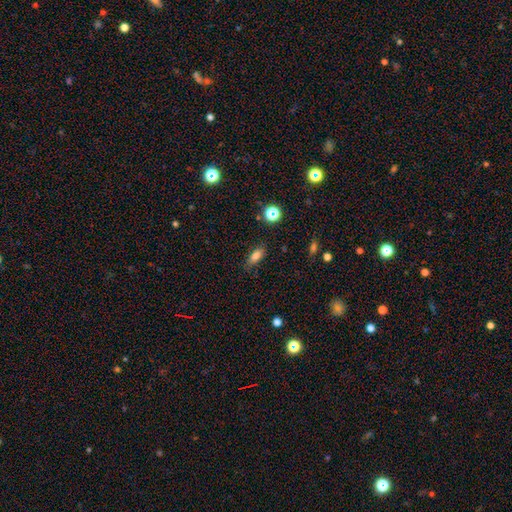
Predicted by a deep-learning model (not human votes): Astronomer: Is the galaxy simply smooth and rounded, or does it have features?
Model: smooth — 79%.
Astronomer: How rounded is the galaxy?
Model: in between — 79%.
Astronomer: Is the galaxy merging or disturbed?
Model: none — 82%.